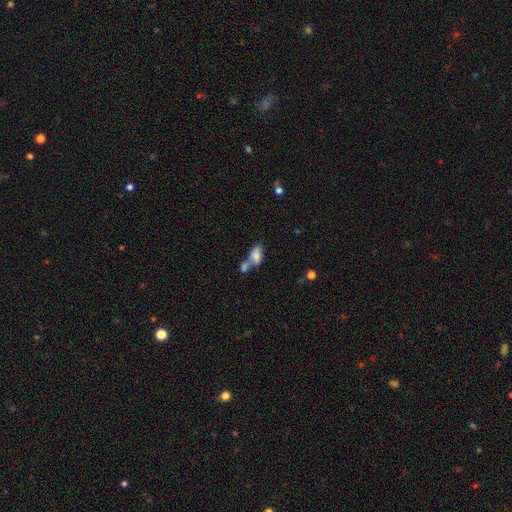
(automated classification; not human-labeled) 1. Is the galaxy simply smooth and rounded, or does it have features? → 74% smooth, 17% featured or disk, 9% star or artifact.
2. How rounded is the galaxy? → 88% in between, 6% round, 6% cigar-shaped.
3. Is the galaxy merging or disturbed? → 59% merger, 23% none, 11% minor disturbance, 7% major disturbance.